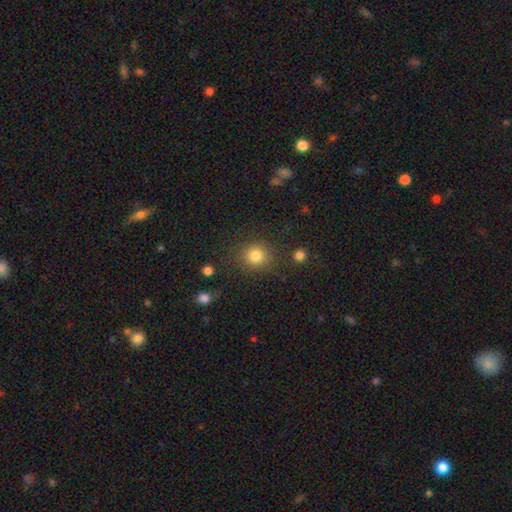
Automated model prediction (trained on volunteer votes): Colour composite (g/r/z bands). It shows a smooth galaxy with no disk features (82%) that is round (87%). Merging: none (83%).